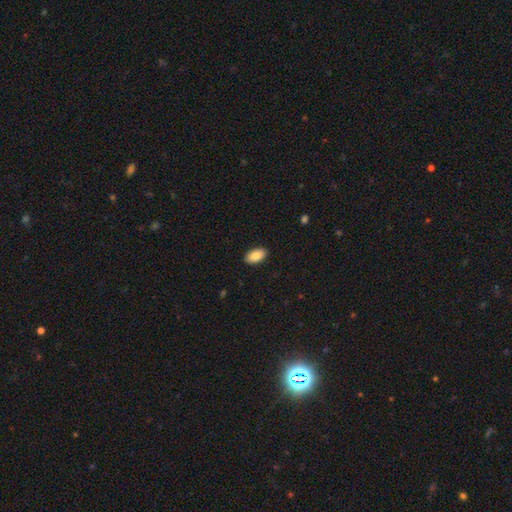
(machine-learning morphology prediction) smooth-or-featured: smooth: 87% | featured or disk: 7% | star or artifact: 7%
  how-rounded: in between: 94% | round: 3% | cigar-shaped: 3%
  merging: none: 90% | minor disturbance: 7% | major disturbance: 2% | merger: 1%